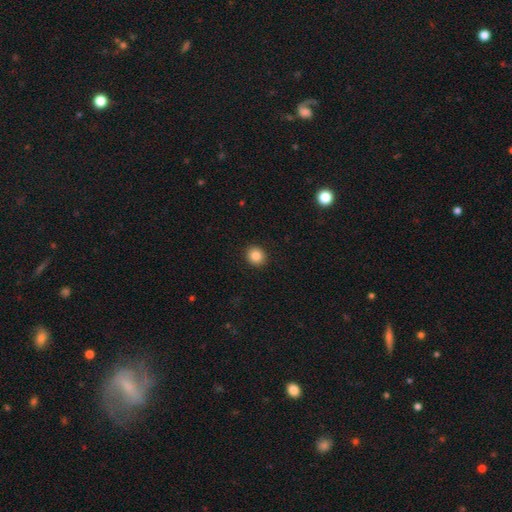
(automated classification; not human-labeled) The model was most divided on "how rounded": round: 86%, in between: 13%, cigar-shaped: 1%. More confident: merging — none (92%); smooth or featured — smooth (85%).